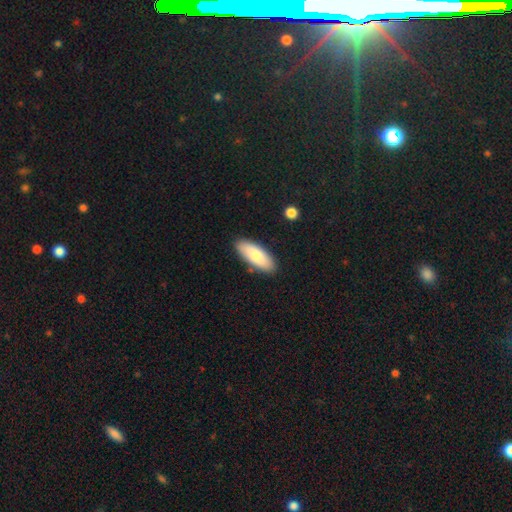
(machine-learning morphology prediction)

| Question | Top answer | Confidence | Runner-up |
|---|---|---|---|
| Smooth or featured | smooth | 80% | featured or disk (14%) |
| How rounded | in between | 76% | cigar-shaped (22%) |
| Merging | none | 87% | minor disturbance (9%) |